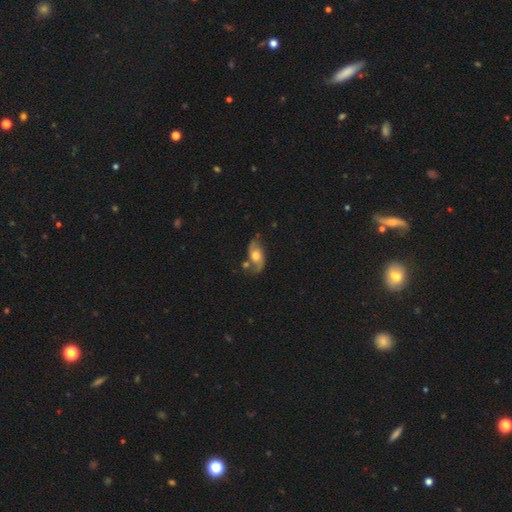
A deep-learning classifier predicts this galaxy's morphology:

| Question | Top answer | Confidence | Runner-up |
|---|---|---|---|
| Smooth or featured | featured or disk | 72% | smooth (22%) |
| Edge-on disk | no | 92% | yes (8%) |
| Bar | no | 69% | weak (25%) |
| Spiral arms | yes | 87% | no (13%) |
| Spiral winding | loose | 57% | medium (33%) |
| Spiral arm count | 2 | 89% | can't tell (5%) |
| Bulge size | moderate | 66% | large (21%) |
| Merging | none | 60% | minor disturbance (20%) |